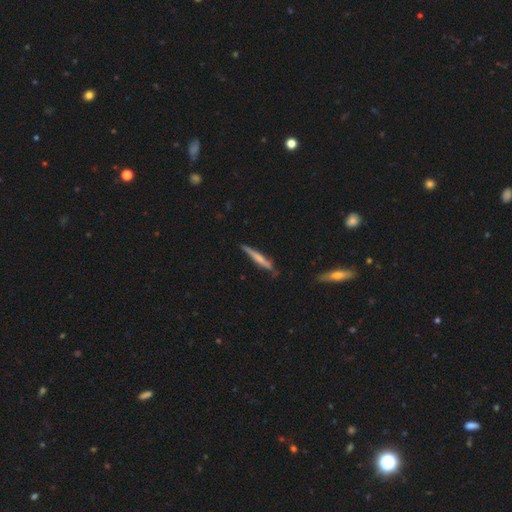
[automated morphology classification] The model was most divided on "smooth or featured": featured or disk: 51%, smooth: 42%, star or artifact: 7%. More confident: edge-on disk — yes (95%); merging — none (79%).